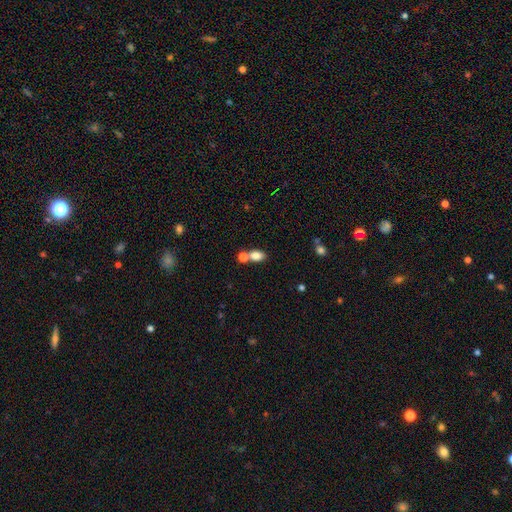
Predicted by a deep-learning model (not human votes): Morphology: type=smooth (82%); roundness=in between (81%); merging=none (51%).